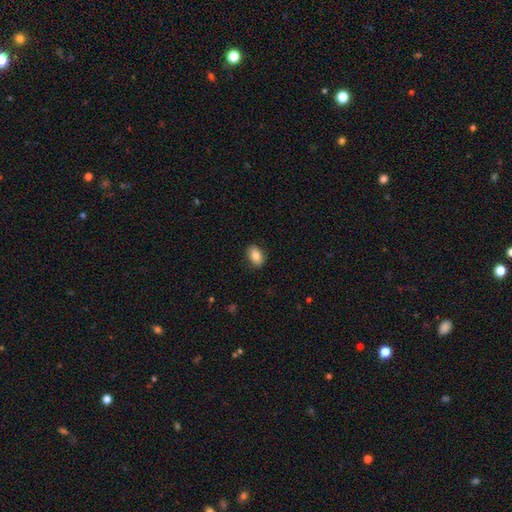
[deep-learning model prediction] A smooth galaxy with no disk features (82%) that is in between round and cigar-shaped (82%). Merging: none (87%).